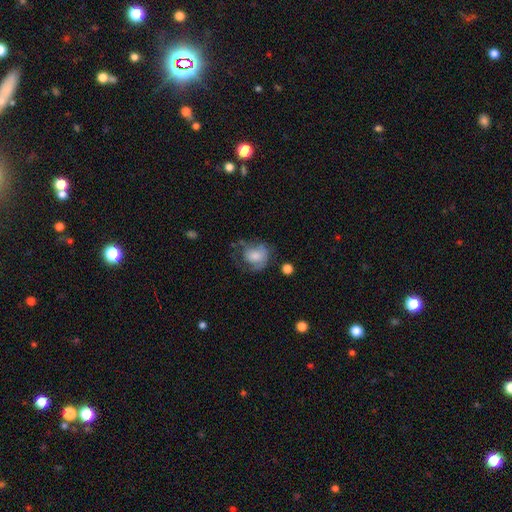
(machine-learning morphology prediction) Smooth or featured?
  - smooth: 60% *
  - featured or disk: 32%
  - star or artifact: 8%
How rounded?
  - round: 59% *
  - in between: 40%
  - cigar-shaped: 1%
Merging?
  - none: 38% *
  - major disturbance: 31%
  - minor disturbance: 28%
  - merger: 3%